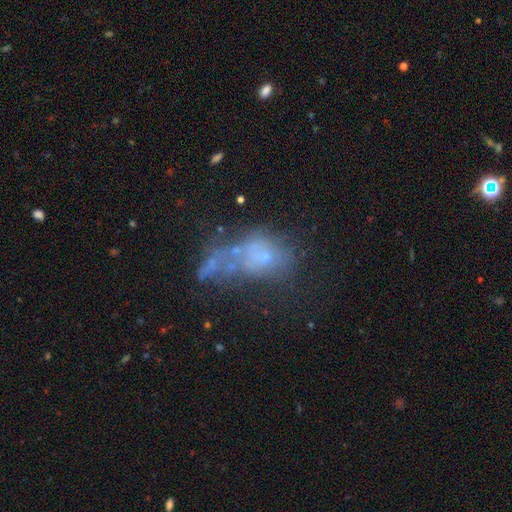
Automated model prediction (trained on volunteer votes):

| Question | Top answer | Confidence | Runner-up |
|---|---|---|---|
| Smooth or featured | smooth | 39% | featured or disk (37%) |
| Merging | merger | 37% | major disturbance (27%) |